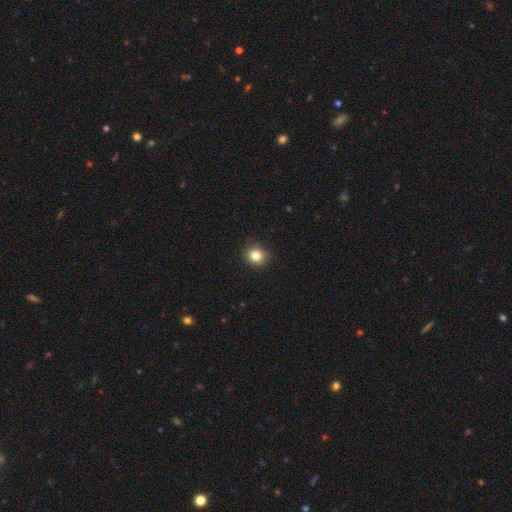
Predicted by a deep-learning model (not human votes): Smooth or featured: smooth — 82% (star or artifact — 12%)
How rounded: round — 80% (in between — 19%)
Merging: none — 88% (minor disturbance — 9%)